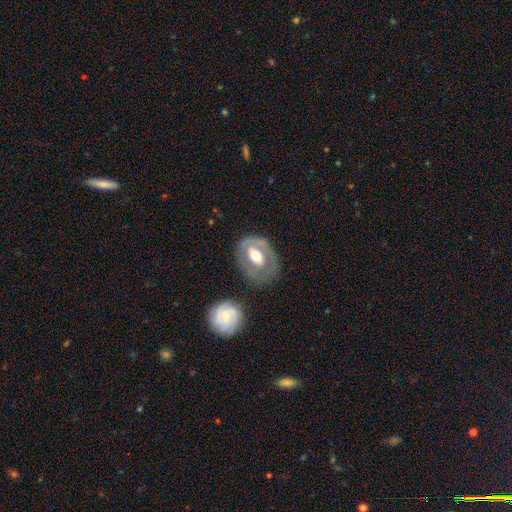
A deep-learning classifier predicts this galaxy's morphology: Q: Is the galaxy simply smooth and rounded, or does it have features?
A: featured or disk — 59%.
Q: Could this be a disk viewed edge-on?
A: no — 93%.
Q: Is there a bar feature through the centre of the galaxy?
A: no — 46%.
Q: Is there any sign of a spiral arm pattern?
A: no — 61%.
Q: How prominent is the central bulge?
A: moderate — 65%.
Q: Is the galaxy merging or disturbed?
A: none — 66%.